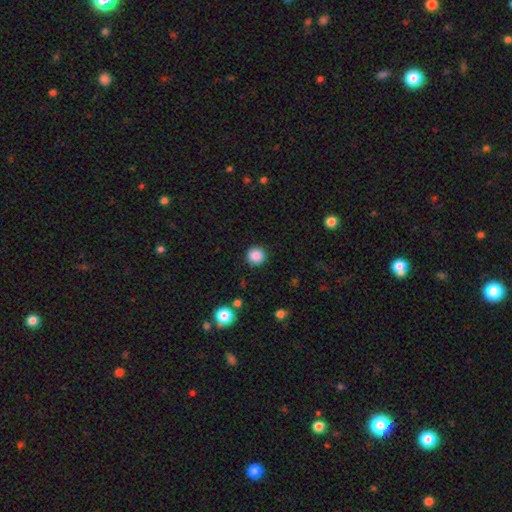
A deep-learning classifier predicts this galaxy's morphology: A smooth galaxy with no disk features (87%) that is round (94%). Merging: none (90%).